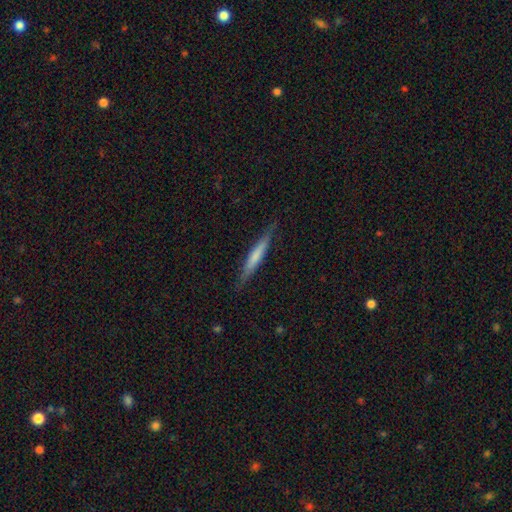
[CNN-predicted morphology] This is possibly a smooth galaxy (57%). How rounded: clearly cigar-shaped (94%). Merging: clearly none (85%).